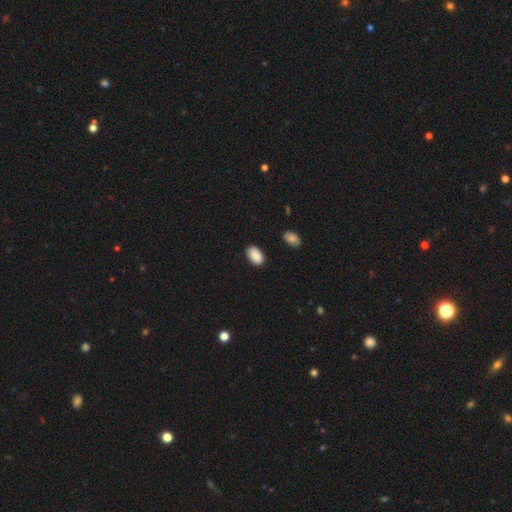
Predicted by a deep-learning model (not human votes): smooth 89%, star or artifact 7%, featured or disk 4%. Down the decision tree: how rounded — in between (94%); merging — none (86%).